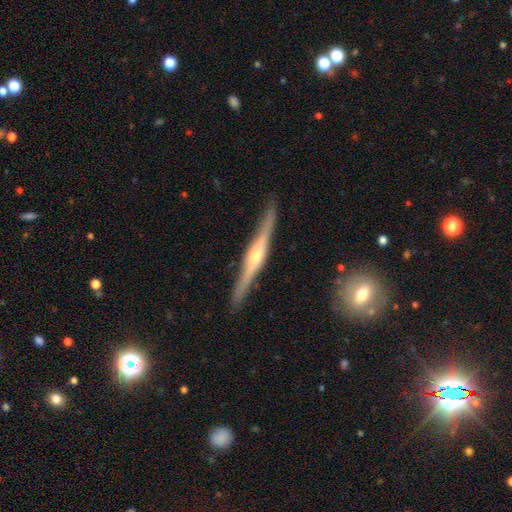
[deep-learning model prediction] The model was most divided on "smooth or featured": featured or disk: 83%, smooth: 12%, star or artifact: 5%. More confident: edge-on disk — yes (98%); merging — none (90%); edge-on bulge — rounded (85%).